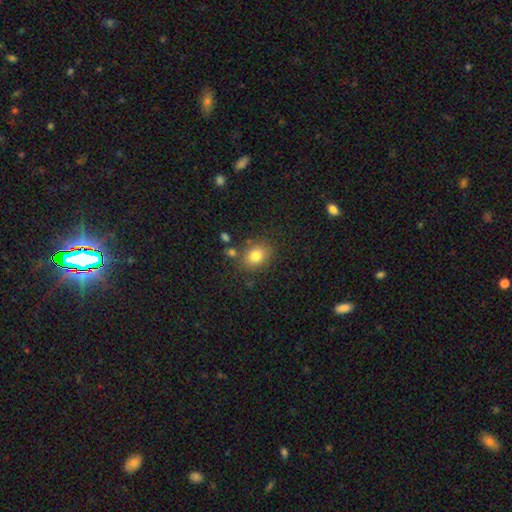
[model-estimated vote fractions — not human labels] Smooth or featured? smooth (80%)
How rounded? in between (59%)
Merging? none (78%)